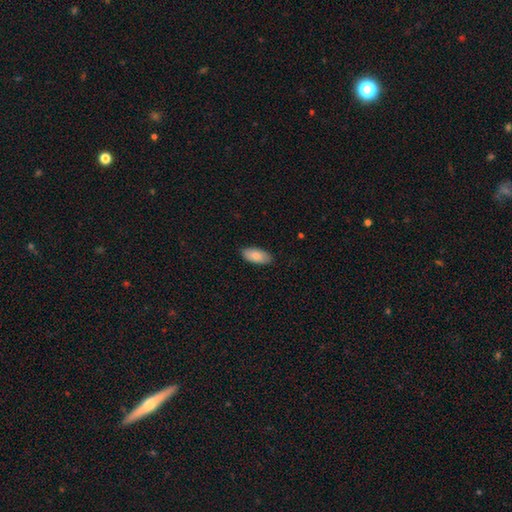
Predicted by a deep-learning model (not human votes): Morphology: type=smooth (82%); roundness=in between (92%); merging=none (87%).